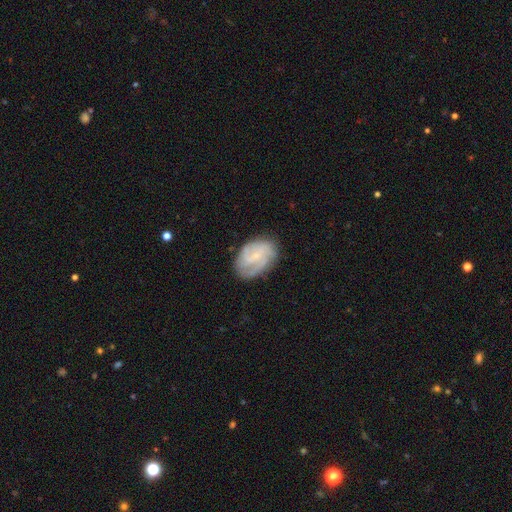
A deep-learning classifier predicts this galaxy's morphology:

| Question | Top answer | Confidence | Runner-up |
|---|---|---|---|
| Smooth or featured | featured or disk | 71% | smooth (23%) |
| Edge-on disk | no | 97% | yes (3%) |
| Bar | no | 53% | weak (40%) |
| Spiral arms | yes | 91% | no (9%) |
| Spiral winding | tight | 45% | medium (40%) |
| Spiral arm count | can't tell | 29% | 2 (28%) |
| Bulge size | small | 74% | moderate (16%) |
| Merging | none | 72% | minor disturbance (20%) |